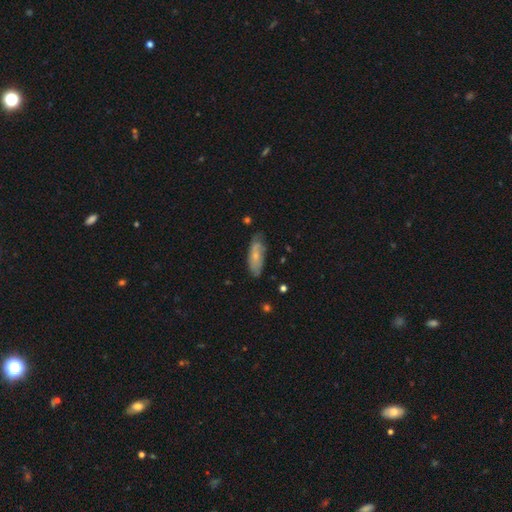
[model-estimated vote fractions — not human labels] Q: Smooth or featured?
A: smooth (58%); runner-up: featured or disk (36%)
Q: How rounded?
A: in between (67%); runner-up: cigar-shaped (30%)
Q: Merging?
A: none (67%); runner-up: minor disturbance (25%)